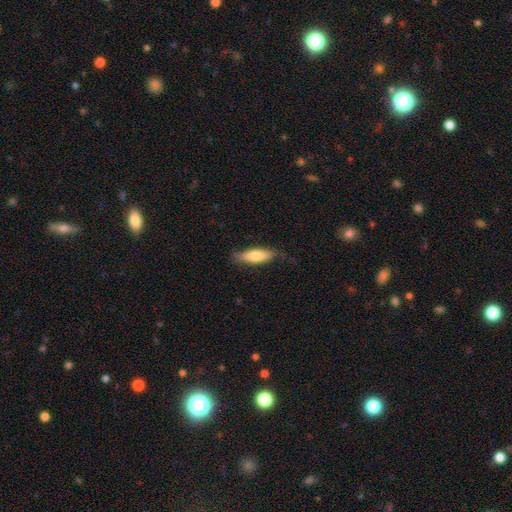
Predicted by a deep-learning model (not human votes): Smooth or featured?
  - smooth: 74% *
  - featured or disk: 20%
  - star or artifact: 5%
How rounded?
  - in between: 50% *
  - cigar-shaped: 49%
  - round: 2%
Merging?
  - none: 73% *
  - minor disturbance: 21%
  - major disturbance: 4%
  - merger: 1%